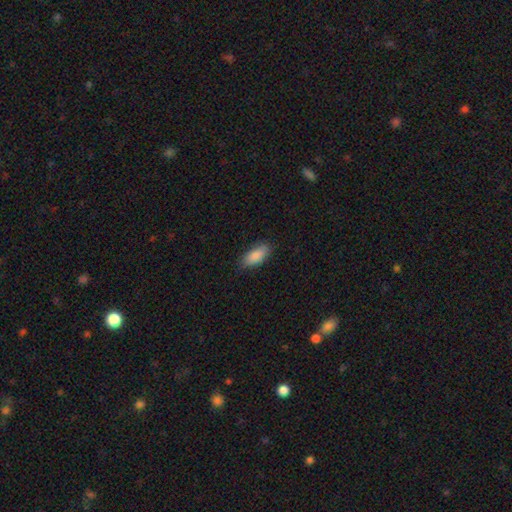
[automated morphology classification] This is clearly a smooth galaxy (88%). How rounded: clearly in between (84%). Merging: clearly none (81%).